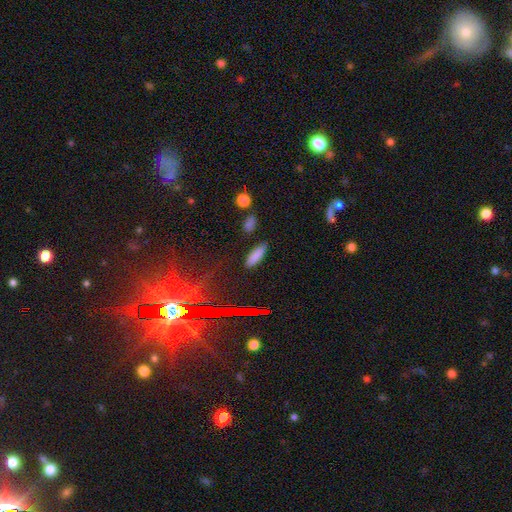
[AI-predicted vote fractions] Smooth or featured: smooth — 83% (star or artifact — 10%)
How rounded: cigar-shaped — 51% (in between — 47%)
Merging: none — 84% (minor disturbance — 11%)